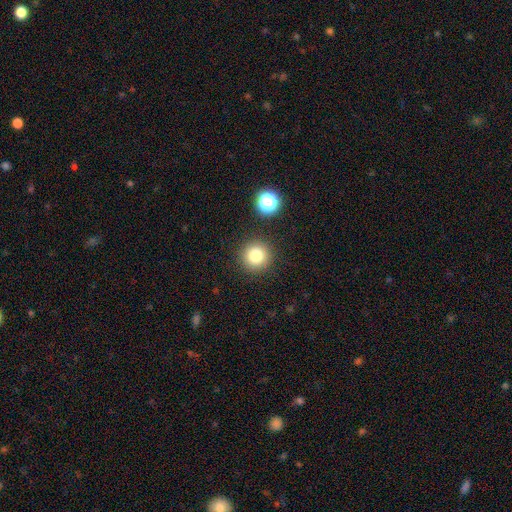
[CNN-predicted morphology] This appears to be a smooth galaxy with no disk features (81%) that is round (95%). Merging: none (88%).